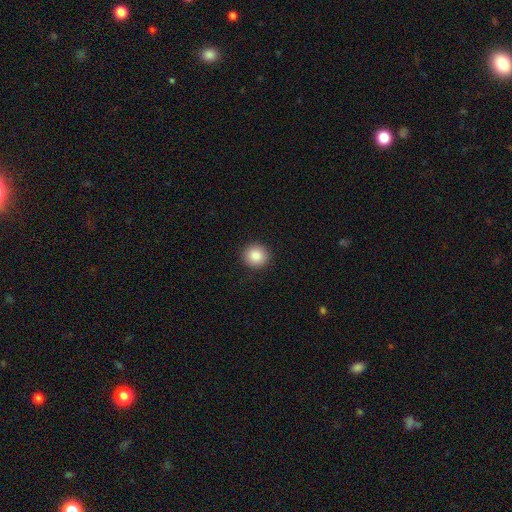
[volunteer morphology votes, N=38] Overall: smooth (84%). How rounded: round (100%). Merging: none (94%).